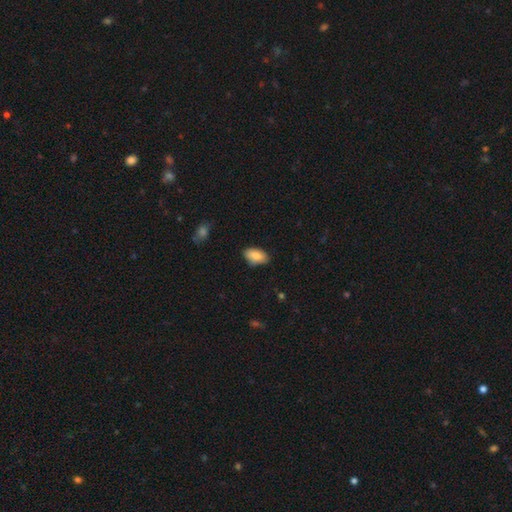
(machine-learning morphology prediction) A smooth galaxy with no disk features (84%) that is in between round and cigar-shaped (93%).

Vote fractions:
- Smooth or featured? smooth: 84% / featured or disk: 9% / star or artifact: 7%
- How rounded? in between: 93% / round: 4% / cigar-shaped: 2%
- Merging? none: 80% / minor disturbance: 16% / major disturbance: 2% / merger: 1%